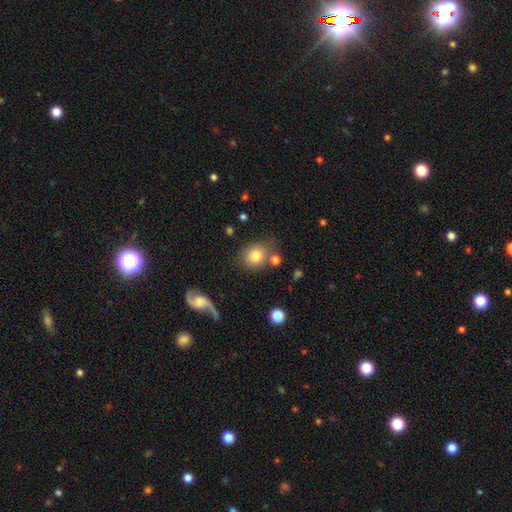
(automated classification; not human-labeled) smooth_or_featured: smooth (p=0.79) [alt: featured or disk p=0.12]
how_rounded: round (p=0.69) [alt: in between p=0.30]
merging: none (p=0.68) [alt: minor disturbance p=0.14]